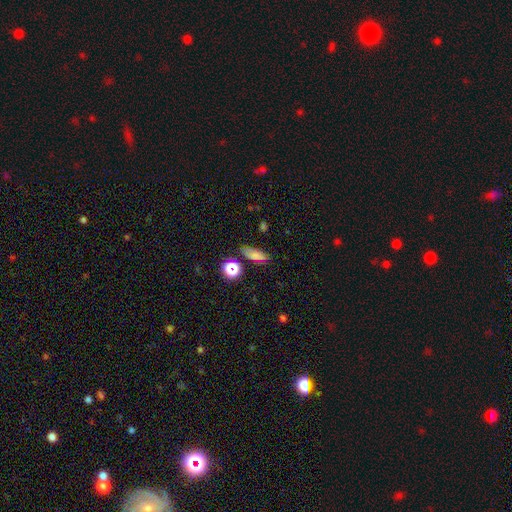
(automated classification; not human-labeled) The model was most divided on "smooth or featured": smooth: 70%, star or artifact: 20%, featured or disk: 10%. More confident: merging — none (74%); how rounded — in between (70%).